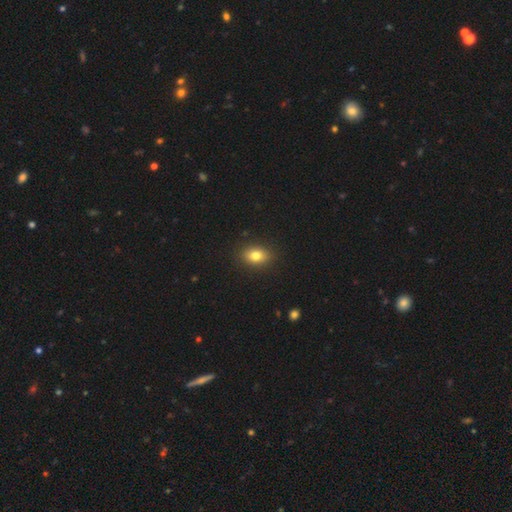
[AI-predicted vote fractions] Morphology: type=smooth (81%); roundness=in between (77%); merging=none (89%).